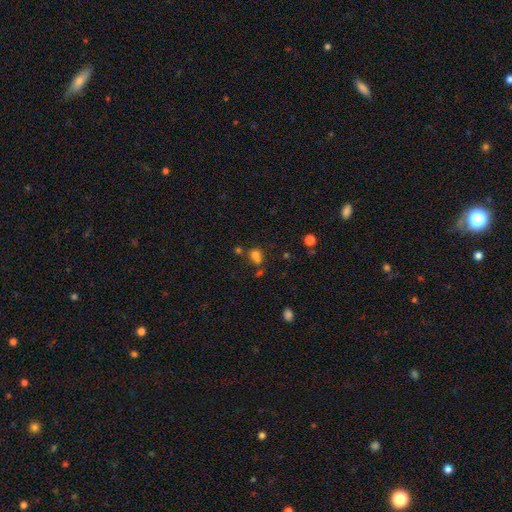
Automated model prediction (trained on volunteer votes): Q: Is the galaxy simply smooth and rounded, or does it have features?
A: smooth — 68%.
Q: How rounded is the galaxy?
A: round — 72%.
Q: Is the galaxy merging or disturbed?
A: merger — 42%.